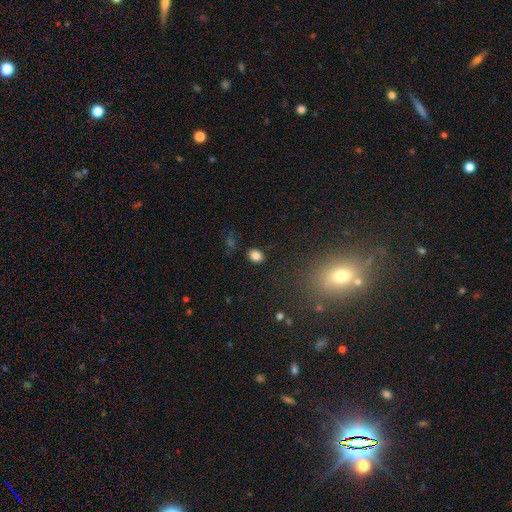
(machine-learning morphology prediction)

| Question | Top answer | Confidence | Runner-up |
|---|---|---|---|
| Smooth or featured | smooth | 83% | star or artifact (12%) |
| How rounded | in between | 55% | round (44%) |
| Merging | none | 86% | minor disturbance (9%) |